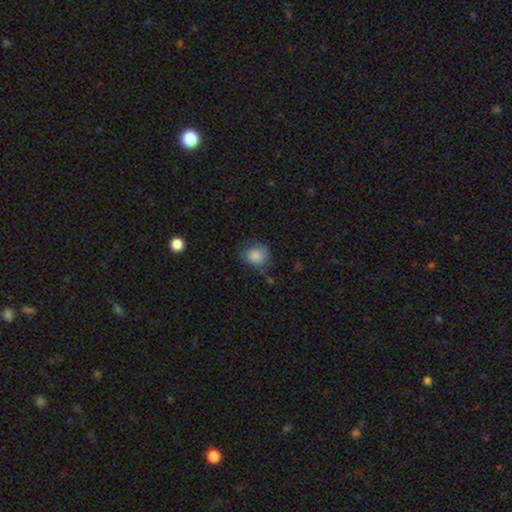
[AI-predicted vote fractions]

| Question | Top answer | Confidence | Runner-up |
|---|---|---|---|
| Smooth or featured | smooth | 85% | star or artifact (8%) |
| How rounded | round | 66% | in between (33%) |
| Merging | none | 67% | minor disturbance (23%) |